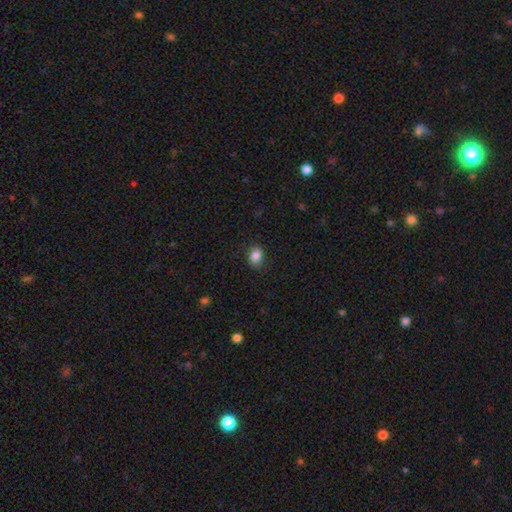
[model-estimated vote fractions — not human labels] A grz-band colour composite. It shows a smooth galaxy with no disk features (86%) that is in between round and cigar-shaped (64%). Merging: none (83%).